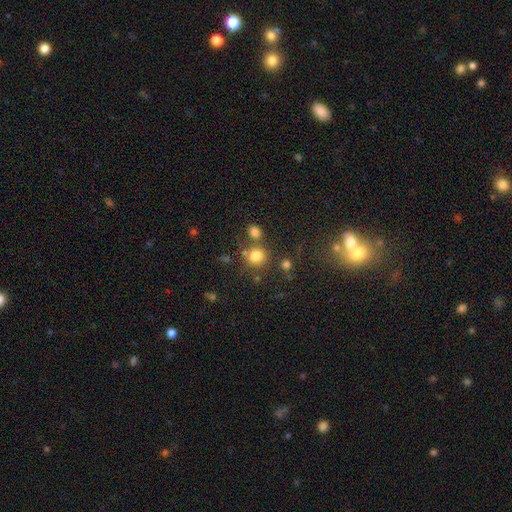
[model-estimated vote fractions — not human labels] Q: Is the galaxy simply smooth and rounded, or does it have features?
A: smooth — 79%.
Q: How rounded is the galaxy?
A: round — 85%.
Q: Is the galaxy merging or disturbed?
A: none — 65%.